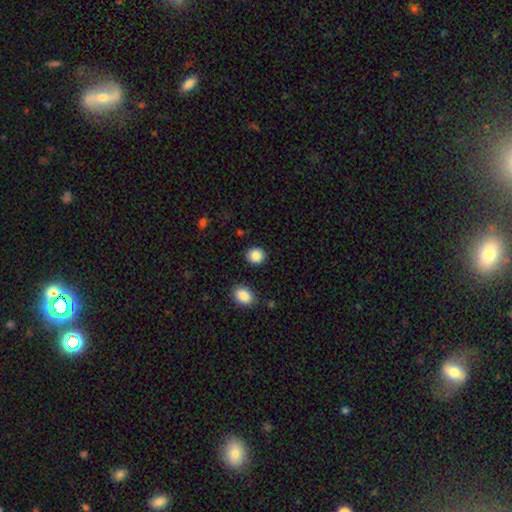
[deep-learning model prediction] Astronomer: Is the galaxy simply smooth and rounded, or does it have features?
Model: smooth — 87%.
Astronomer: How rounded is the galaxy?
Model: round — 80%.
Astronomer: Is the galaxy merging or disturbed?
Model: none — 89%.